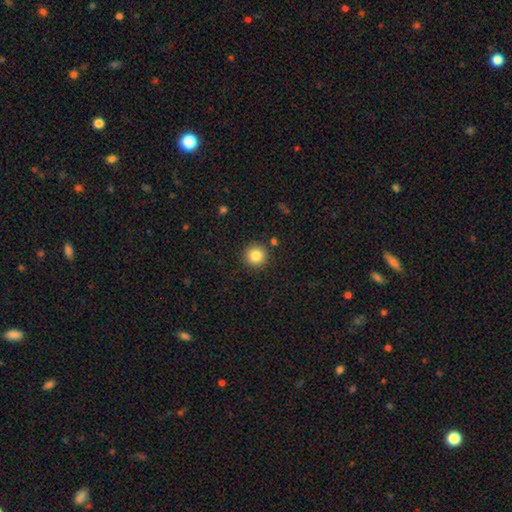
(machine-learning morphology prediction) Smooth or featured?
  - smooth: 85% *
  - star or artifact: 10%
  - featured or disk: 5%
How rounded?
  - round: 95% *
  - in between: 4%
  - cigar-shaped: 1%
Merging?
  - none: 90% *
  - minor disturbance: 6%
  - major disturbance: 2%
  - merger: 2%